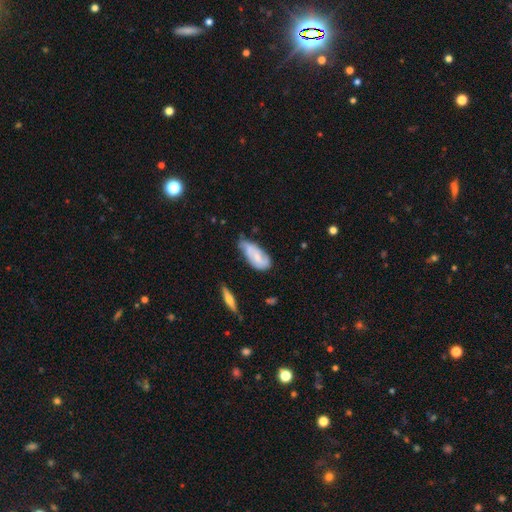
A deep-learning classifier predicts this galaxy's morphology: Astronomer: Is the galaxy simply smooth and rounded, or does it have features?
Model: smooth — 49% (runner-up: featured or disk, 44%).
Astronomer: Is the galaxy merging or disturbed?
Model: minor disturbance — 43% (runner-up: none, 41%).